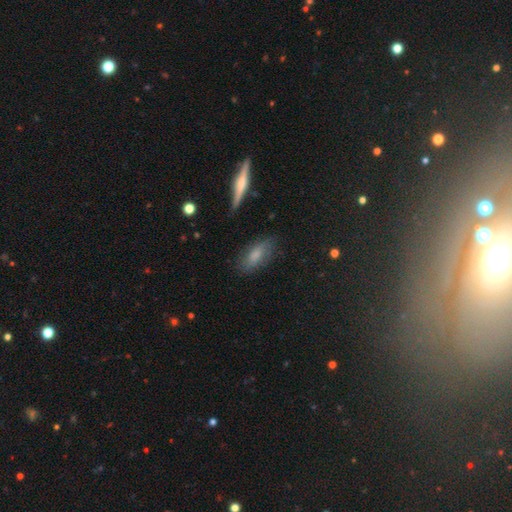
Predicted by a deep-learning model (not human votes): Q: Smooth or featured?
A: smooth (71%); runner-up: featured or disk (21%)
Q: How rounded?
A: in between (80%); runner-up: cigar-shaped (17%)
Q: Merging?
A: none (73%); runner-up: minor disturbance (20%)